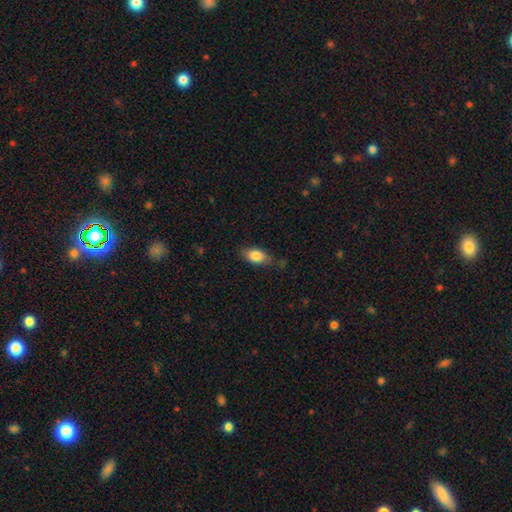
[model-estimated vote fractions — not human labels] Q: Smooth or featured?
A: smooth (84%); runner-up: featured or disk (9%)
Q: How rounded?
A: in between (88%); runner-up: round (7%)
Q: Merging?
A: none (70%); runner-up: minor disturbance (22%)